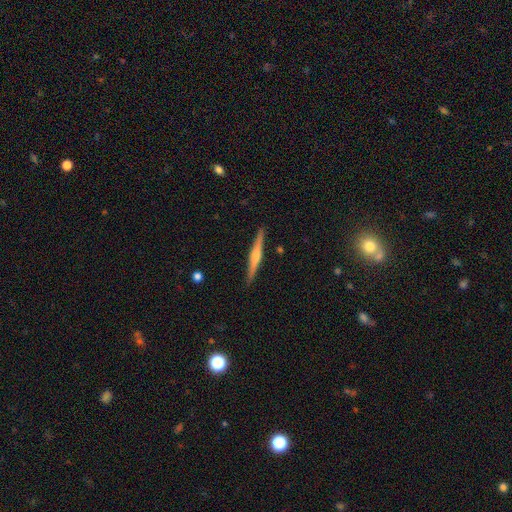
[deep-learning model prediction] The model was most divided on "smooth or featured": featured or disk: 66%, smooth: 28%, star or artifact: 6%. More confident: edge-on disk — yes (98%); merging — none (91%); edge-on bulge — rounded (75%).